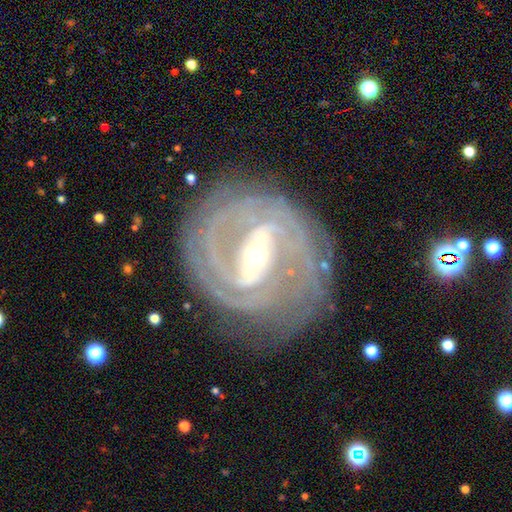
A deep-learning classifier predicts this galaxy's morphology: featured or disk 91%, star or artifact 5%, smooth 4%. Down the decision tree: edge-on disk — no (95%); bar — strong (74%); spiral arms — yes (97%); spiral arm count — 2 (53%); spiral winding — tight (68%); bulge size — moderate (54%); merging — none (75%).